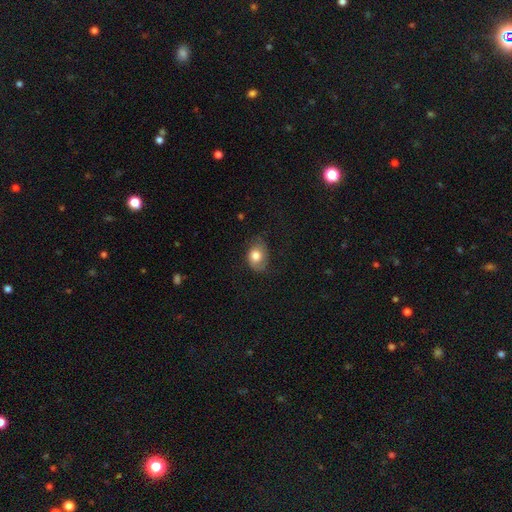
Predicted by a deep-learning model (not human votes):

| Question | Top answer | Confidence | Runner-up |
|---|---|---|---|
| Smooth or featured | smooth | 74% | featured or disk (18%) |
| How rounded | in between | 65% | round (34%) |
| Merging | none | 56% | minor disturbance (30%) |